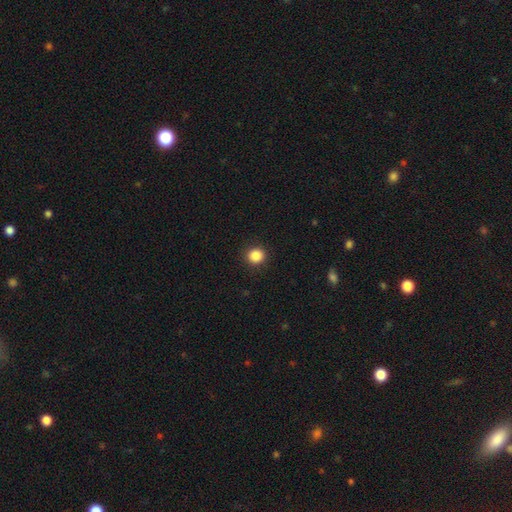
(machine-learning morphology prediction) A smooth galaxy with no disk features (87%) that is round (90%). Merging: none (91%).